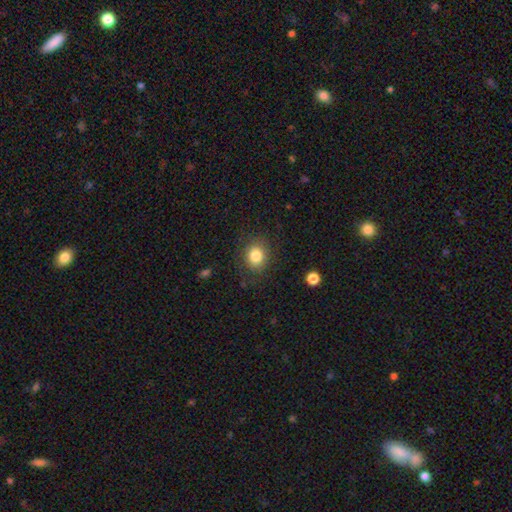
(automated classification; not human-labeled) Smooth or featured: smooth — 83% (star or artifact — 10%)
How rounded: round — 67% (in between — 32%)
Merging: none — 83% (minor disturbance — 11%)